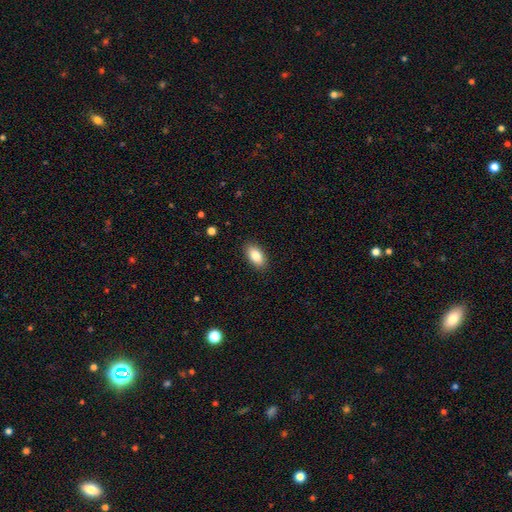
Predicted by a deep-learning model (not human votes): This appears to be a smooth galaxy with no disk features (85%) that is in between round and cigar-shaped (93%). Merging: none (88%).